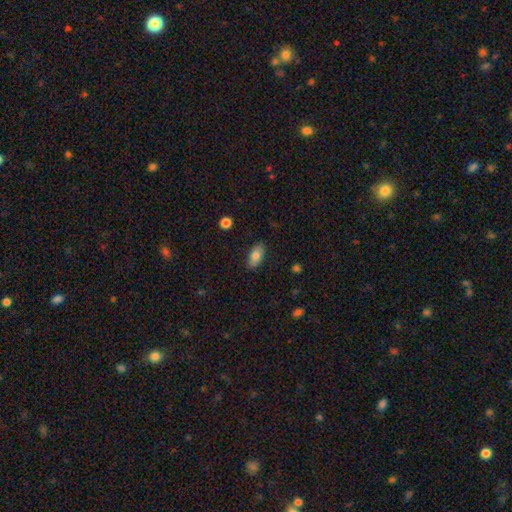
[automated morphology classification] Q: Smooth or featured?
A: smooth (79%); runner-up: featured or disk (14%)
Q: How rounded?
A: in between (91%); runner-up: cigar-shaped (5%)
Q: Merging?
A: none (85%); runner-up: minor disturbance (12%)